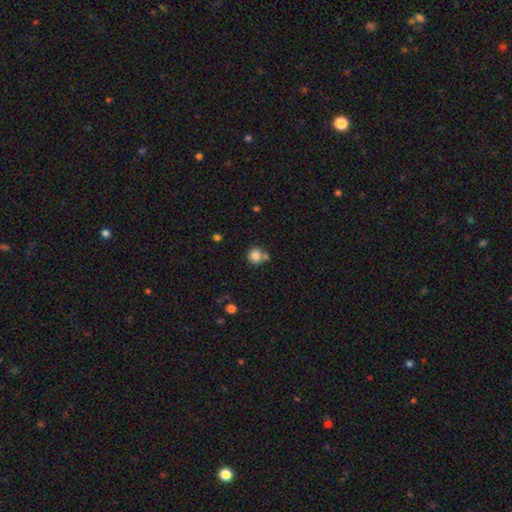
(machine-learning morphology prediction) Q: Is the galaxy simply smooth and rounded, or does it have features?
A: smooth — 84%.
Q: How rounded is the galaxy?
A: round — 89%.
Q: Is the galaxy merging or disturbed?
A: none — 57%.